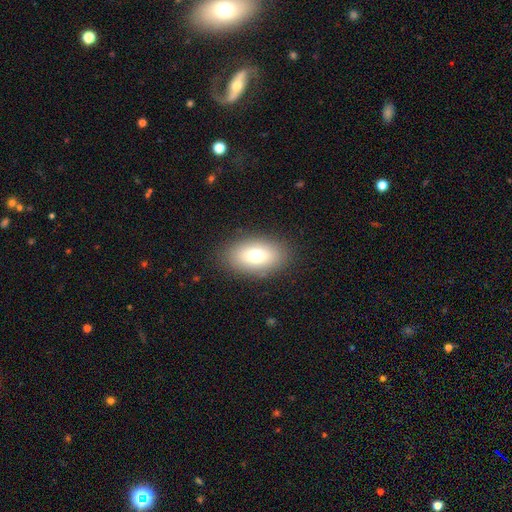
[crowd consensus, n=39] This appears to be a smooth galaxy with no disk features (82%) that is in between round and cigar-shaped (84%). Merging: none (92%).